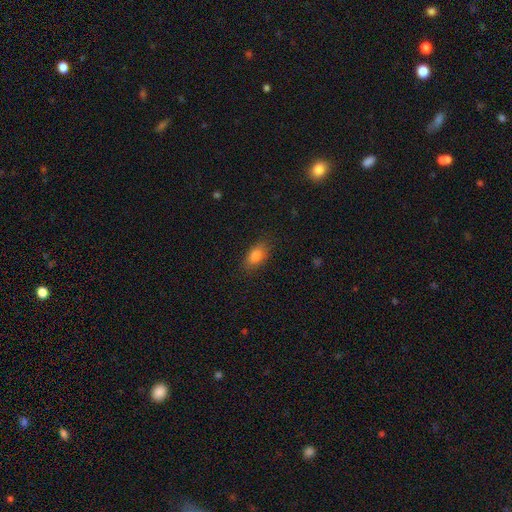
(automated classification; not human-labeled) Smooth or featured? smooth (82%)
How rounded? in between (87%)
Merging? none (83%)